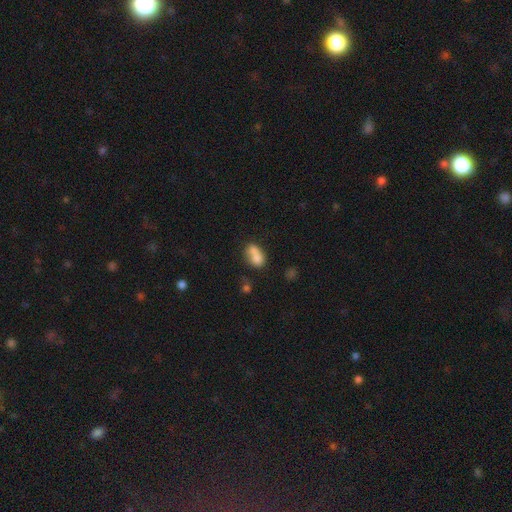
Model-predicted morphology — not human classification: smooth_or_featured: smooth (p=0.74) [alt: featured or disk p=0.16]
how_rounded: in between (p=0.78) [alt: round p=0.18]
merging: merger (p=0.44) [alt: none p=0.31]